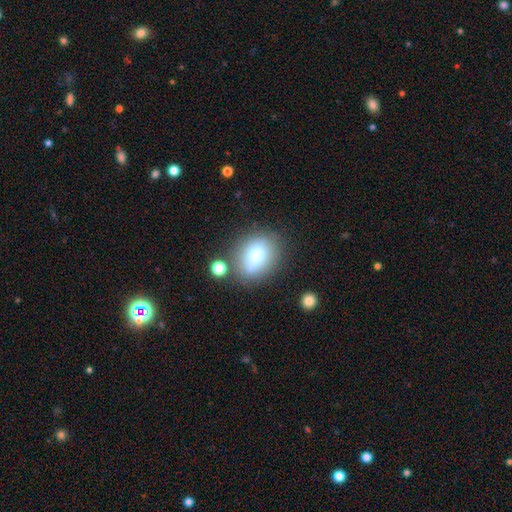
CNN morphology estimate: This is likely a smooth galaxy (66%). How rounded: possibly in between (58%). Merging: likely none (62%).